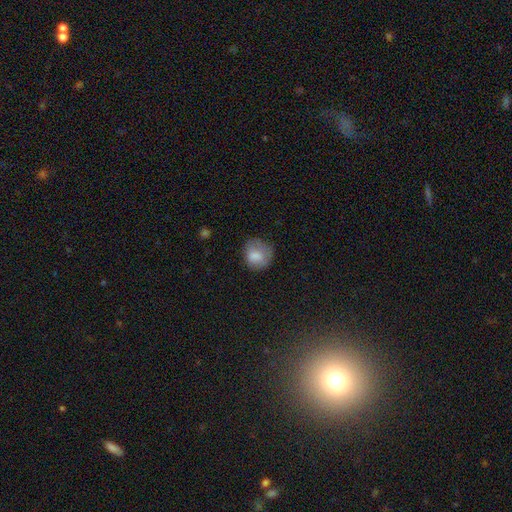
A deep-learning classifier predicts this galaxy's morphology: The model was most divided on "merging": none: 60%, minor disturbance: 26%, major disturbance: 12%, merger: 2%. More confident: smooth or featured — smooth (78%); how rounded — round (76%).